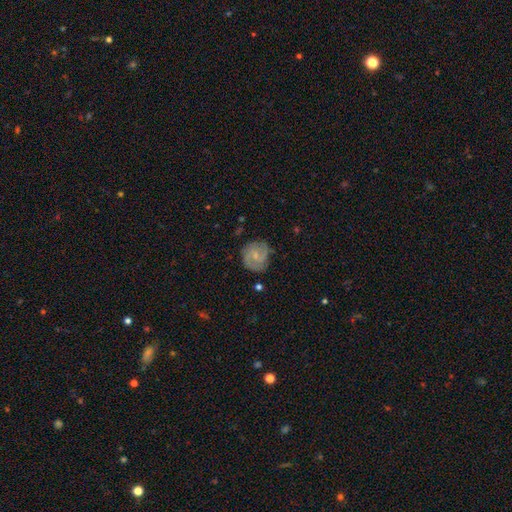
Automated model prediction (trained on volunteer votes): This is likely a featured or disk galaxy (60%). It is clearly not viewed edge-on (98%). Bar: possibly no (51%). Spiral arm pattern: clearly yes (89%). Spiral arm count: possibly 2 (59%). Spiral winding: marginally medium (44%). Central bulge: possibly small (59%). Merging: likely none (71%).